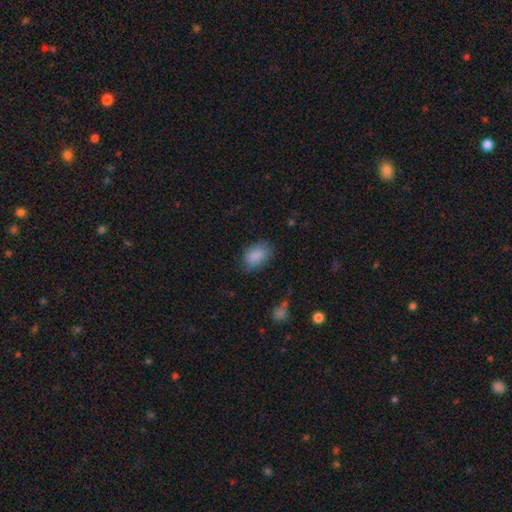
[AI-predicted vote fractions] Q: Smooth or featured?
A: smooth (86%); runner-up: star or artifact (8%)
Q: How rounded?
A: in between (87%); runner-up: round (12%)
Q: Merging?
A: none (73%); runner-up: minor disturbance (20%)